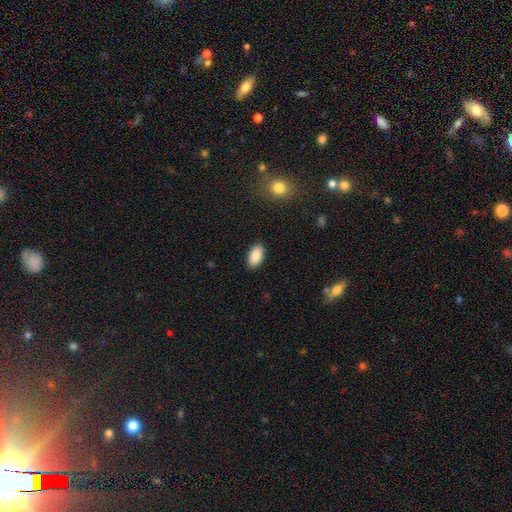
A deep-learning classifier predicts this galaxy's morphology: Smooth or featured: smooth — 89% (star or artifact — 7%)
How rounded: in between — 95% (round — 3%)
Merging: none — 89% (minor disturbance — 8%)